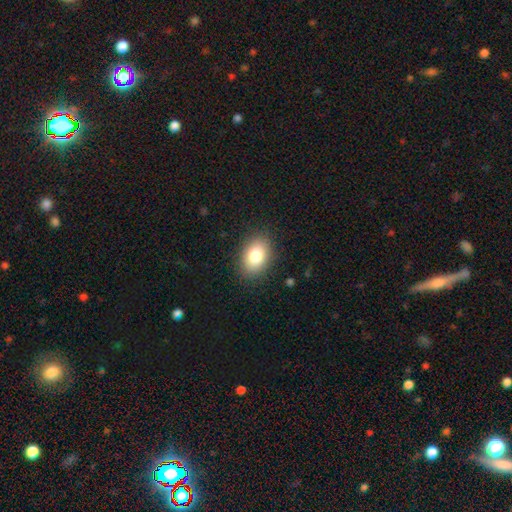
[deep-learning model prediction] Overall: smooth (82%). How rounded: in between (81%). Merging: none (87%).